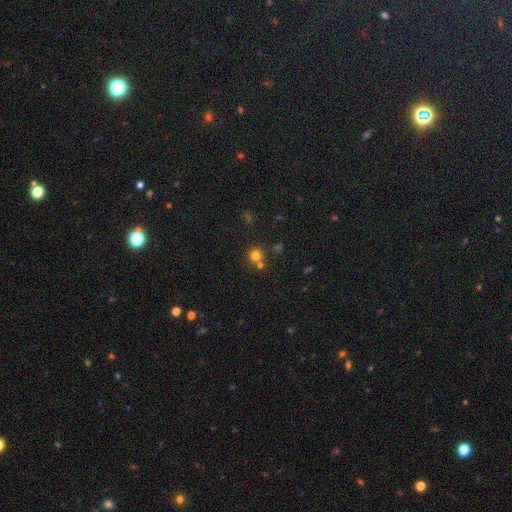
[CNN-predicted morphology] This is likely a smooth galaxy (75%). How rounded: clearly round (90%). Merging: likely none (67%).